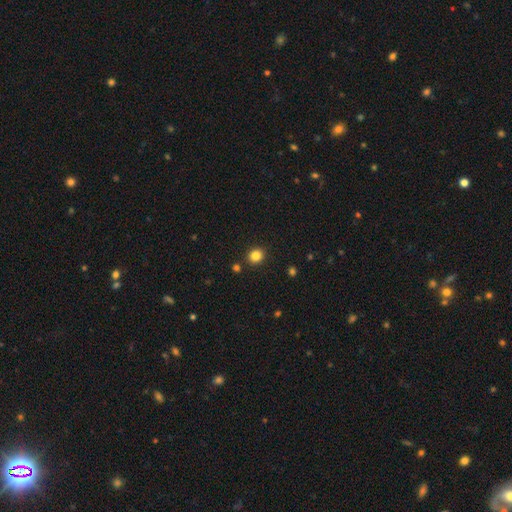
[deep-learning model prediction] Smooth or featured: smooth — 83% (star or artifact — 12%)
How rounded: round — 78% (in between — 22%)
Merging: none — 89% (minor disturbance — 6%)